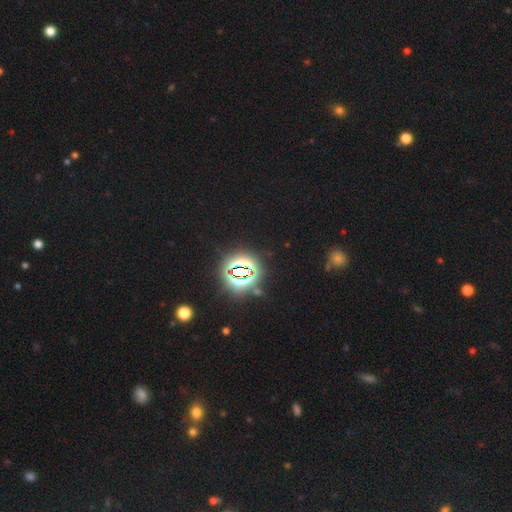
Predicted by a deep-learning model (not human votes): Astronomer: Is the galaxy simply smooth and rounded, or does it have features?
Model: star or artifact — 82%.